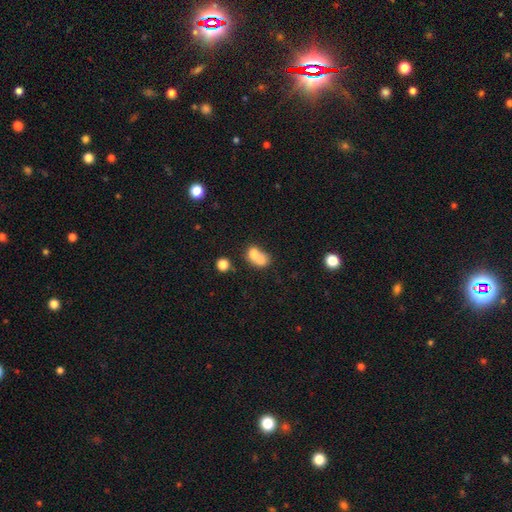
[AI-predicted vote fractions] Smooth or featured?
  - smooth: 70% *
  - featured or disk: 19%
  - star or artifact: 11%
How rounded?
  - round: 52% *
  - in between: 47%
  - cigar-shaped: 1%
Merging?
  - merger: 71% *
  - none: 19%
  - minor disturbance: 6%
  - major disturbance: 4%